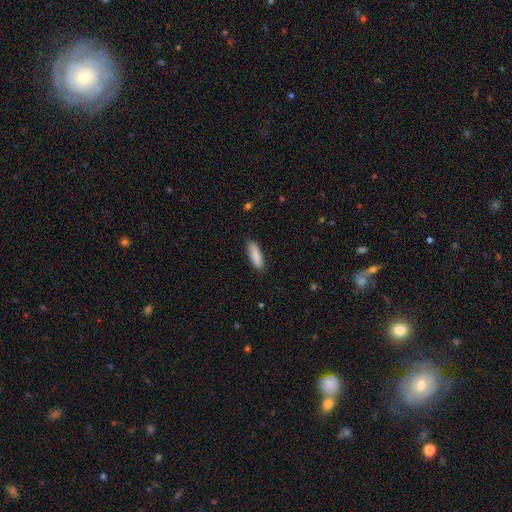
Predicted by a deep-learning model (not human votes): This appears to be a smooth galaxy with no disk features (88%) that is cigar-shaped (54%). Merging: none (88%).